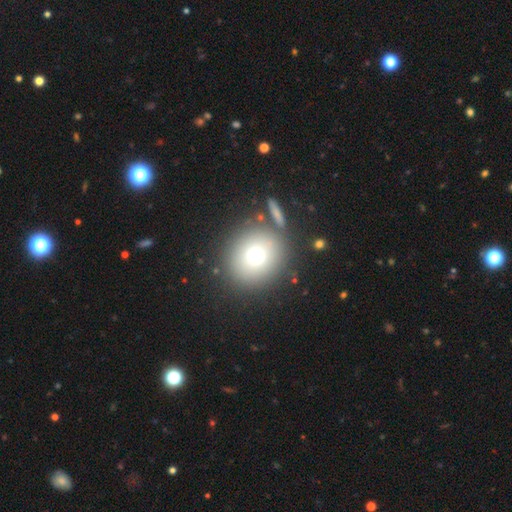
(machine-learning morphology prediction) Smooth or featured? Predicted: smooth (p=0.72). How rounded? Predicted: round (p=0.84). Merging? Predicted: none (p=0.80).